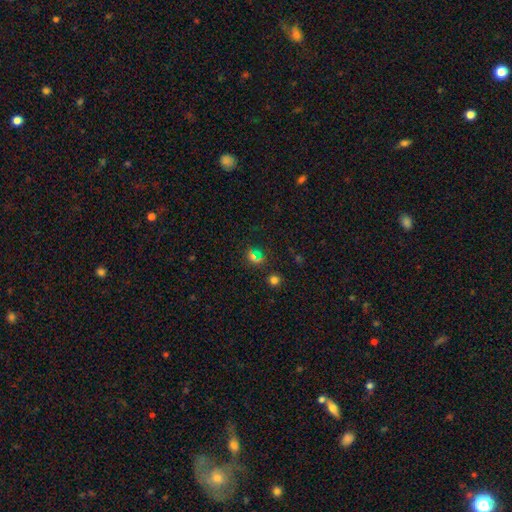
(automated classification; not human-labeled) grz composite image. It shows a smooth galaxy with no disk features (50%). Merging: none (79%).